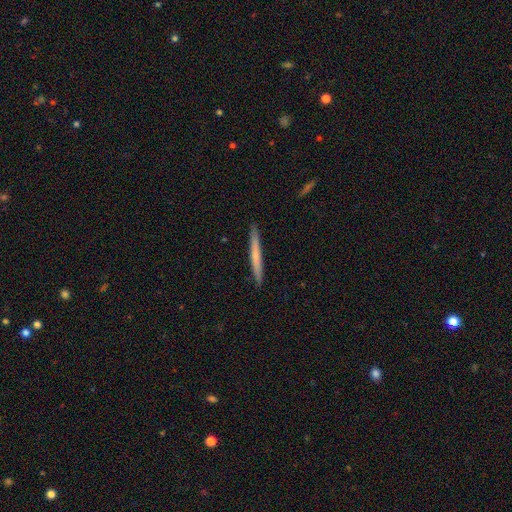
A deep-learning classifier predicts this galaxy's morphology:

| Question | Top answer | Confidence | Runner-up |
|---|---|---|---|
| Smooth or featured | smooth | 57% | featured or disk (37%) |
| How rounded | cigar-shaped | 97% | in between (2%) |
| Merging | none | 92% | minor disturbance (6%) |